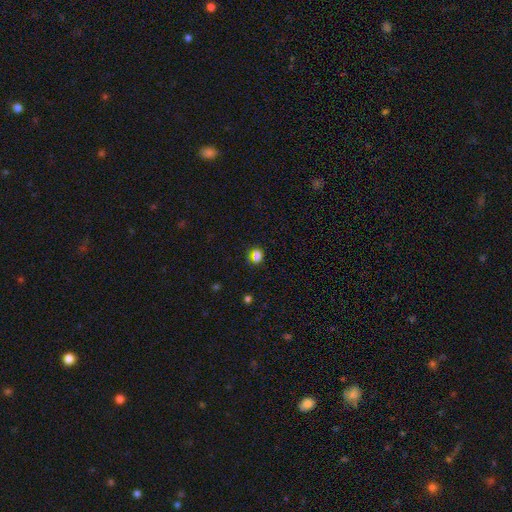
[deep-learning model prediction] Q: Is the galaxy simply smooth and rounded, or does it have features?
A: smooth — 67%.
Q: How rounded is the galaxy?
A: round — 59%.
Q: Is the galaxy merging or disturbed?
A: none — 78%.